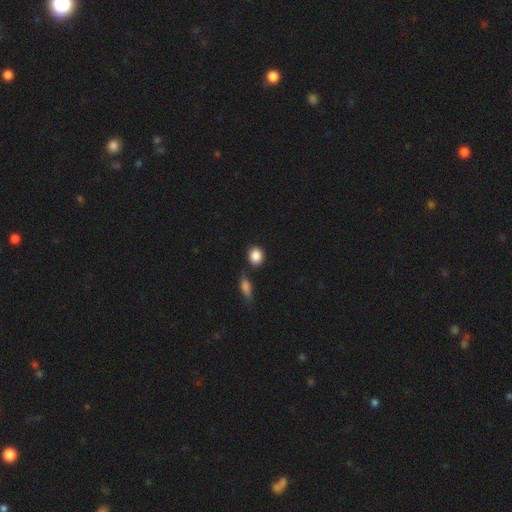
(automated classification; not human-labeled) Smooth or featured: smooth — 87% (star or artifact — 8%)
How rounded: round — 71% (in between — 27%)
Merging: none — 77% (minor disturbance — 11%)